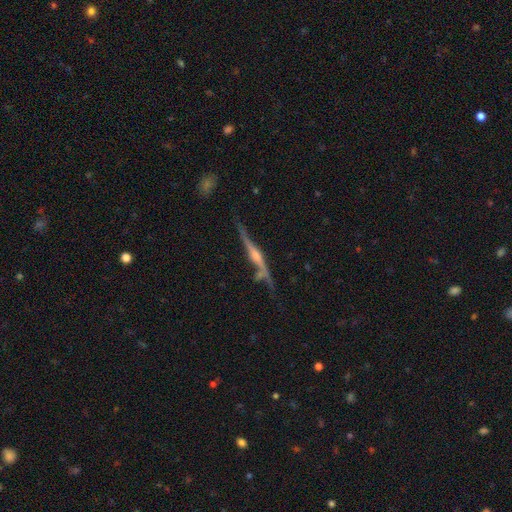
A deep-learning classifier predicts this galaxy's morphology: featured or disk 83%, smooth 11%, star or artifact 6%. Down the decision tree: edge-on disk — yes (92%); edge-on bulge — rounded (81%); merging — none (61%).